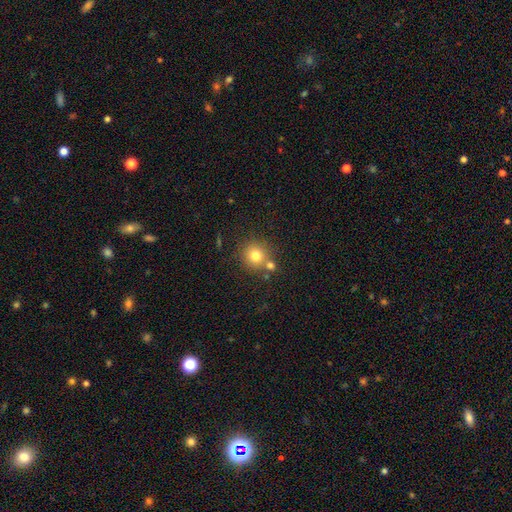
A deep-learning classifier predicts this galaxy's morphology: Smooth or featured: smooth — 78% (star or artifact — 13%)
How rounded: round — 91% (in between — 8%)
Merging: none — 68% (merger — 20%)